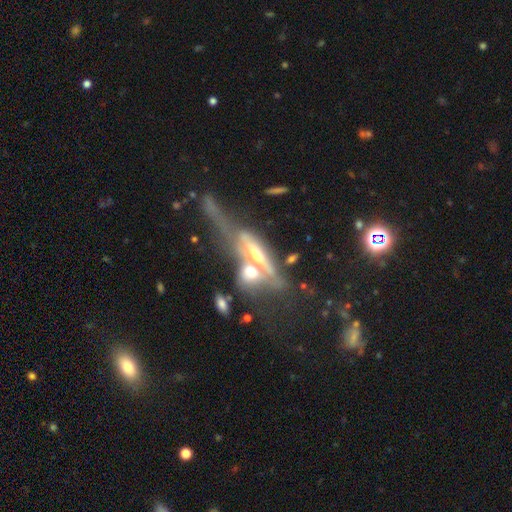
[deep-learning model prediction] smooth_or_featured: featured or disk (p=0.71) [alt: smooth p=0.18]
disk_edge_on: yes (p=0.65) [alt: no p=0.35]
merging: merger (p=0.50) [alt: major disturbance p=0.20]